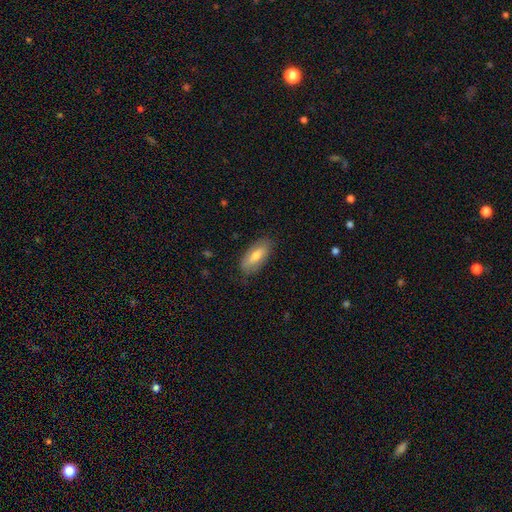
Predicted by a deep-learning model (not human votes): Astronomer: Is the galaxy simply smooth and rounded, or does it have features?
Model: smooth — 68%.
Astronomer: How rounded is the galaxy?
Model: in between — 82%.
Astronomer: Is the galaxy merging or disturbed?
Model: none — 80%.